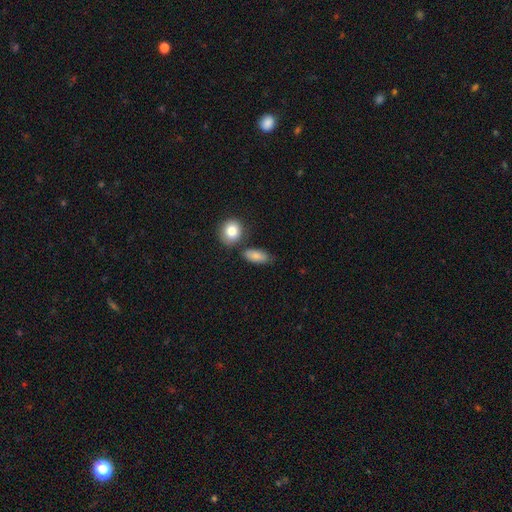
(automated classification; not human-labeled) Overall: smooth (83%). How rounded: in between (84%). Merging: none (66%).